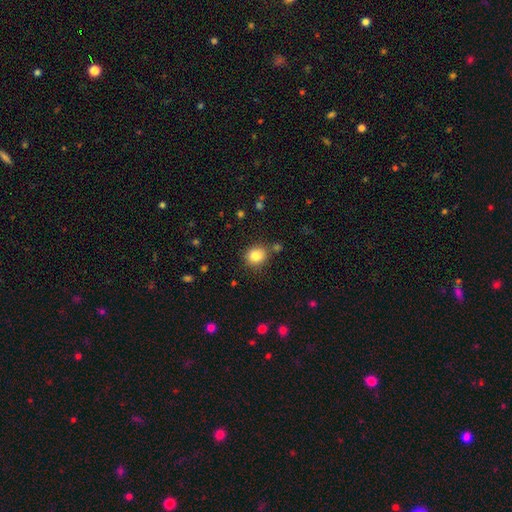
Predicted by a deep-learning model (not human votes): Morphology: type=smooth (84%); roundness=round (76%); merging=none (81%).